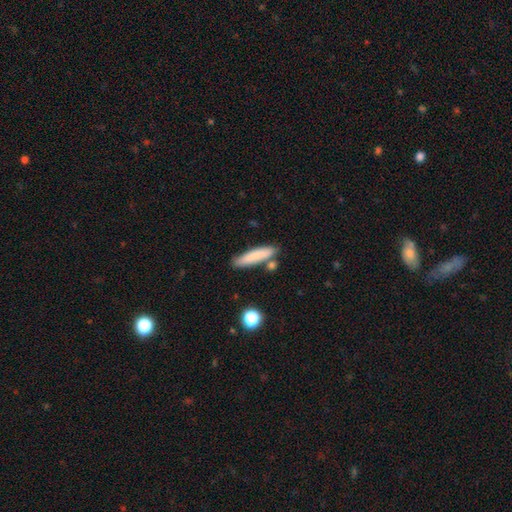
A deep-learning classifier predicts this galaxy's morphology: Q: Smooth or featured?
A: smooth (80%); runner-up: featured or disk (13%)
Q: How rounded?
A: cigar-shaped (81%); runner-up: in between (18%)
Q: Merging?
A: none (74%); runner-up: minor disturbance (13%)